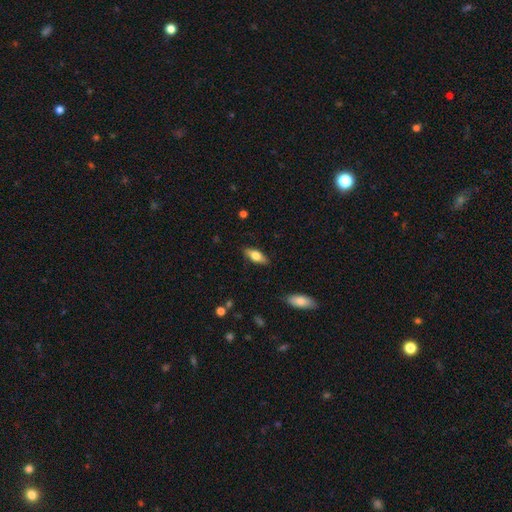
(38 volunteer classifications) Morphology: type=smooth (66%); roundness=in between (80%); merging=none (78%).